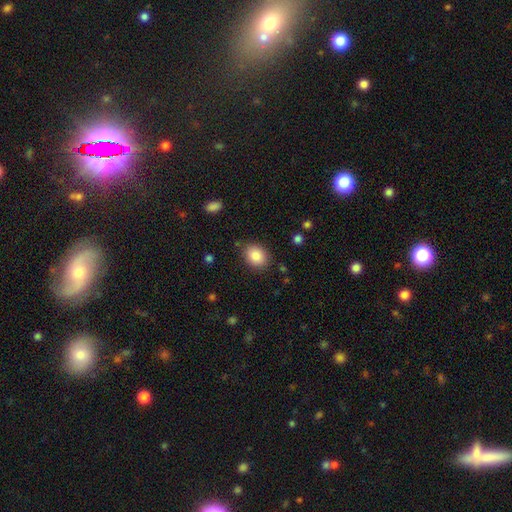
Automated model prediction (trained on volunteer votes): A smooth galaxy with no disk features (87%) that is in between round and cigar-shaped (57%).

Vote fractions:
- Smooth or featured? smooth: 87% / star or artifact: 8% / featured or disk: 5%
- How rounded? in between: 57% / round: 42% / cigar-shaped: 1%
- Merging? none: 83% / minor disturbance: 12% / major disturbance: 3% / merger: 2%